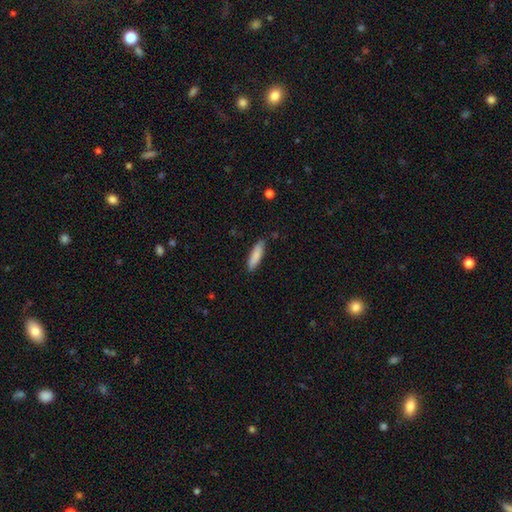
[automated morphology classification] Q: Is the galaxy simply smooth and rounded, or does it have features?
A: smooth — 86%.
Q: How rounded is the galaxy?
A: cigar-shaped — 66%.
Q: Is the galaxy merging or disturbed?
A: none — 84%.